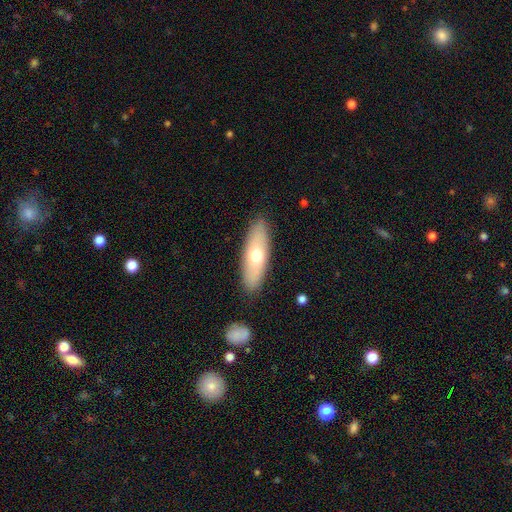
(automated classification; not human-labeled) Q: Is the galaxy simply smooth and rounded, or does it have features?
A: smooth — 62%.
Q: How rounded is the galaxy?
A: in between — 60%.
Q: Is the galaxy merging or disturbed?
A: none — 88%.